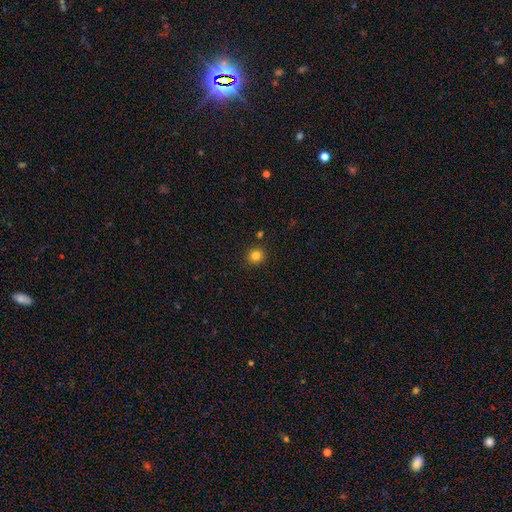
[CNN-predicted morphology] type=smooth (82%); roundness=round (91%); merging=none (90%).